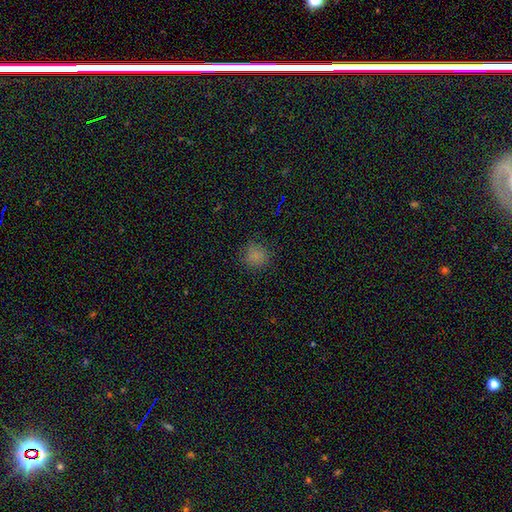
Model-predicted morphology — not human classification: smooth 75%, star or artifact 19%, featured or disk 6%. Down the decision tree: how rounded — round (89%); merging — none (81%).